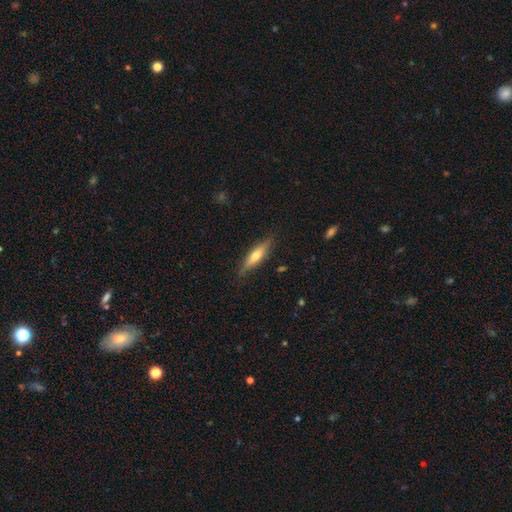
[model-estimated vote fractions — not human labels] Morphology: type=smooth (49%); merging=none (83%).